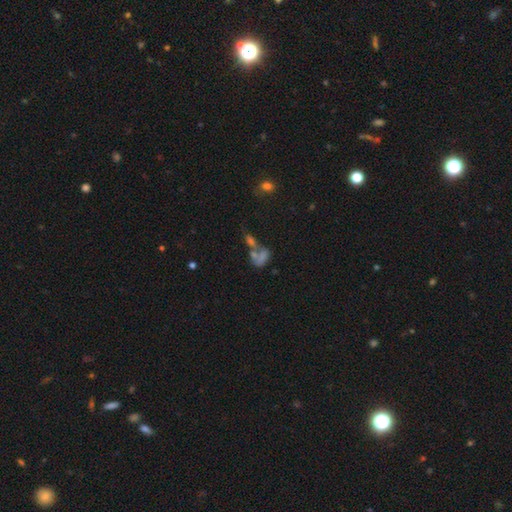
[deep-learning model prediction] This is marginally a smooth galaxy (38%). Merging: marginally merger (41%).